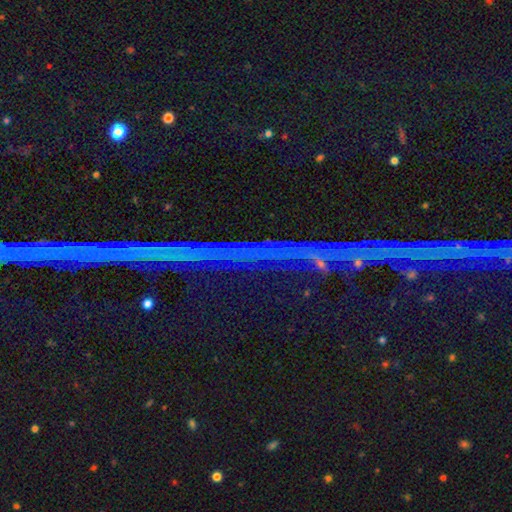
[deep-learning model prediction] The model was most divided on "smooth or featured": star or artifact: 87%, featured or disk: 8%, smooth: 6%.